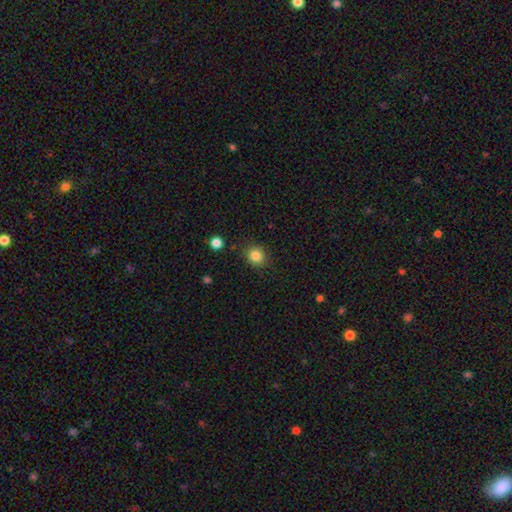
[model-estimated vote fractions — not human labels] Smooth or featured?
  - smooth: 84% *
  - star or artifact: 11%
  - featured or disk: 5%
How rounded?
  - round: 81% *
  - in between: 18%
  - cigar-shaped: 1%
Merging?
  - none: 88% *
  - minor disturbance: 8%
  - major disturbance: 2%
  - merger: 2%